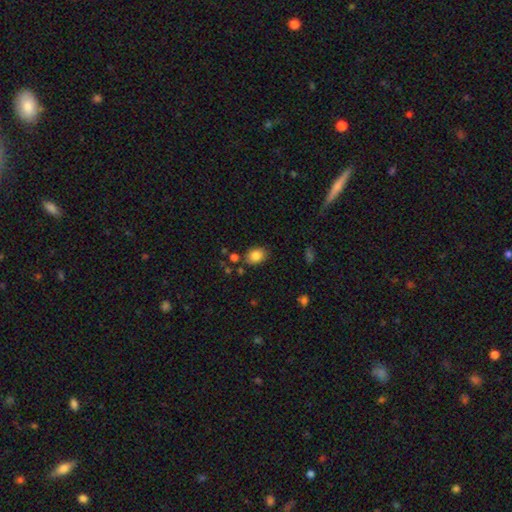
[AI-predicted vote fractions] The model was most divided on "how rounded": in between: 66%, round: 33%, cigar-shaped: 1%. More confident: smooth or featured — smooth (85%); merging — none (80%).